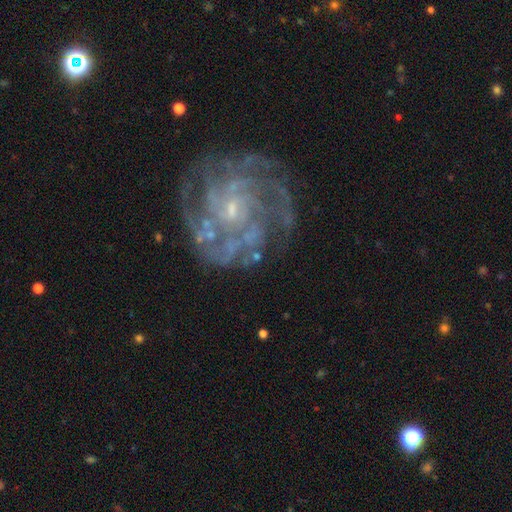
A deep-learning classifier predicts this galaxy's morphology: Smooth or featured? featured or disk (84%)
Edge-on disk? no (98%)
Bar? no (48%)
Spiral arms? yes (93%)
Spiral winding? tight (56%)
Spiral arm count? can't tell (31%)
Bulge size? small (61%)
Merging? none (62%)